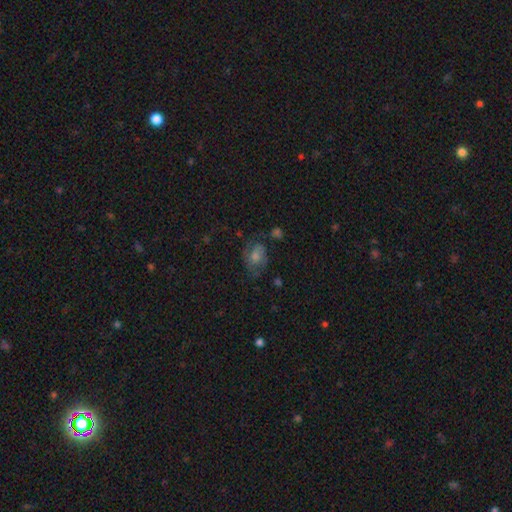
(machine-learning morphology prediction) Q: Smooth or featured?
A: featured or disk (48%); runner-up: smooth (34%)
Q: Merging?
A: none (63%); runner-up: minor disturbance (21%)